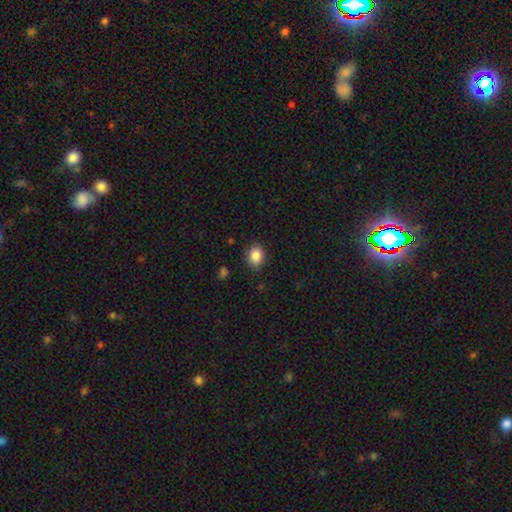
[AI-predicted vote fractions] This appears to be a smooth galaxy with no disk features (87%) that is in between round and cigar-shaped (54%). Merging: none (86%).